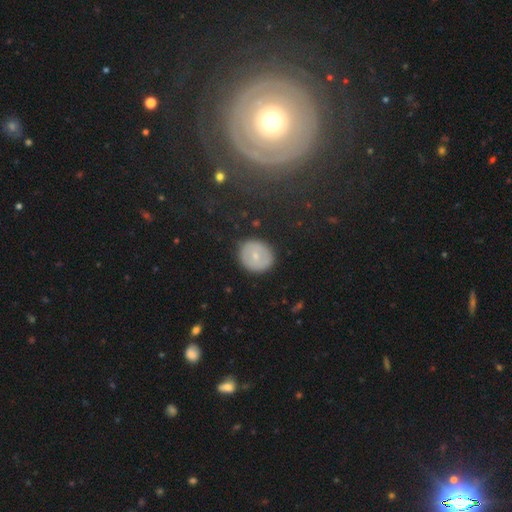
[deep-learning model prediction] smooth_or_featured: smooth (p=0.58) [alt: featured or disk p=0.33]
how_rounded: round (p=0.81) [alt: in between p=0.18]
merging: none (p=0.87) [alt: minor disturbance p=0.09]